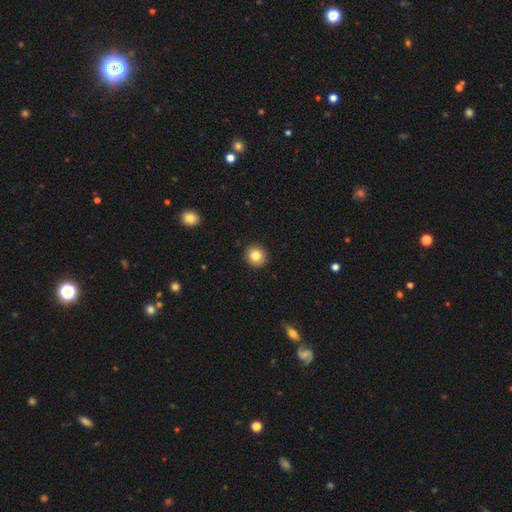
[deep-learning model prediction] Smooth or featured? Predicted: smooth (p=0.83). How rounded? Predicted: round (p=0.87). Merging? Predicted: none (p=0.92).